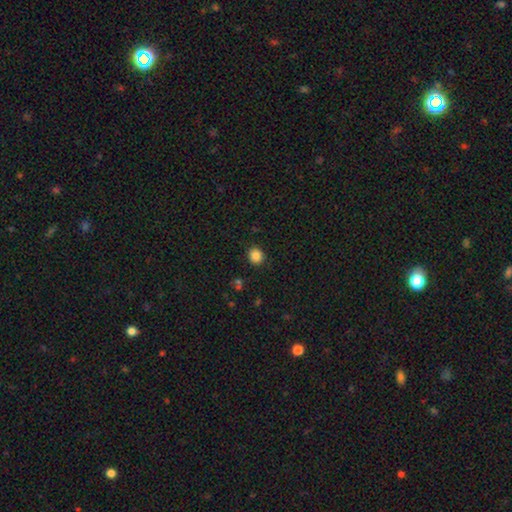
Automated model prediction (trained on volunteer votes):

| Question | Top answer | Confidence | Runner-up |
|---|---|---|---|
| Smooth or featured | smooth | 85% | star or artifact (11%) |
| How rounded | round | 82% | in between (17%) |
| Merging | none | 90% | minor disturbance (7%) |